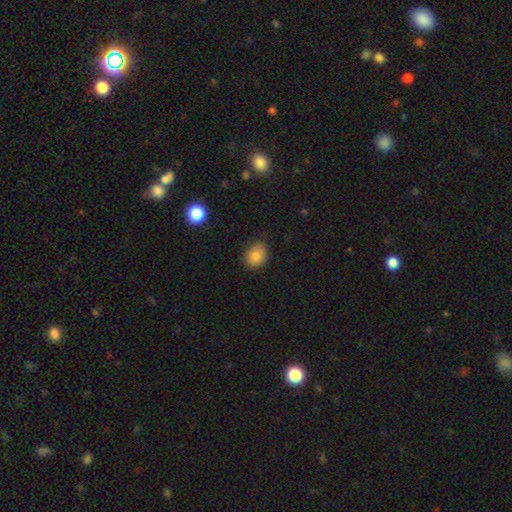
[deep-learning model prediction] A smooth galaxy with no disk features (84%) that is in between round and cigar-shaped (59%). Merging: none (79%).